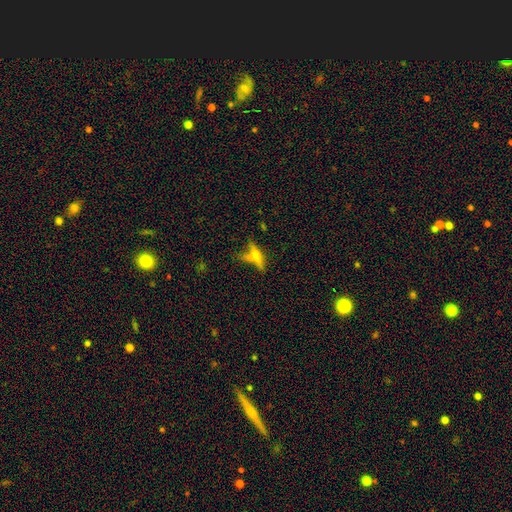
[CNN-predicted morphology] Q: Smooth or featured?
A: smooth (47%); runner-up: featured or disk (38%)
Q: Merging?
A: none (51%); runner-up: merger (23%)